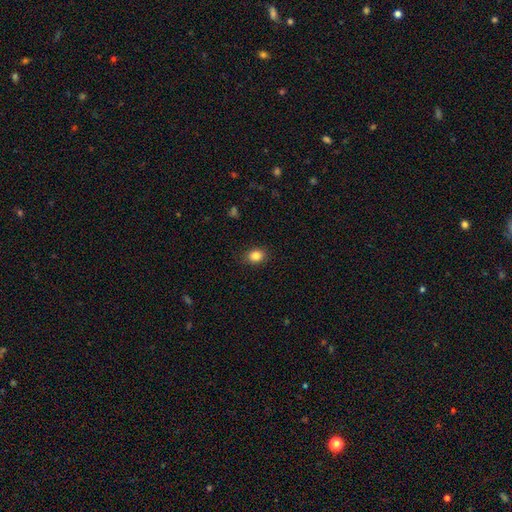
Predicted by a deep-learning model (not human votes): Overall: smooth (84%). How rounded: in between (53%; round 46%). Merging: none (87%).